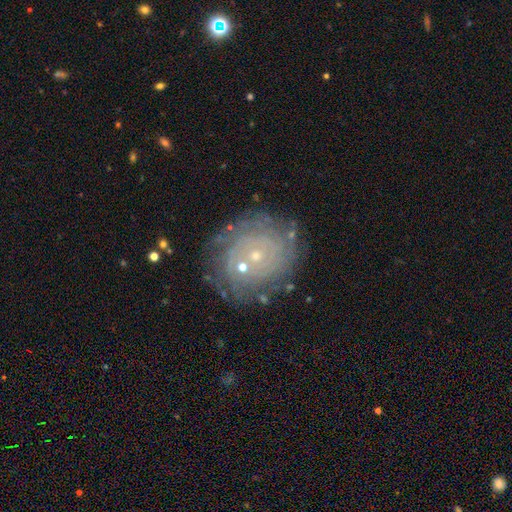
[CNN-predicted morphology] Overall: featured or disk (74%). Edge-on disk: no (97%). Bar: no (83%). Spiral arms: yes (87%). Spiral arm count: can't tell (49%; 2 15%). Spiral winding: tight (82%). Bulge size: small (81%). Merging: none (73%).